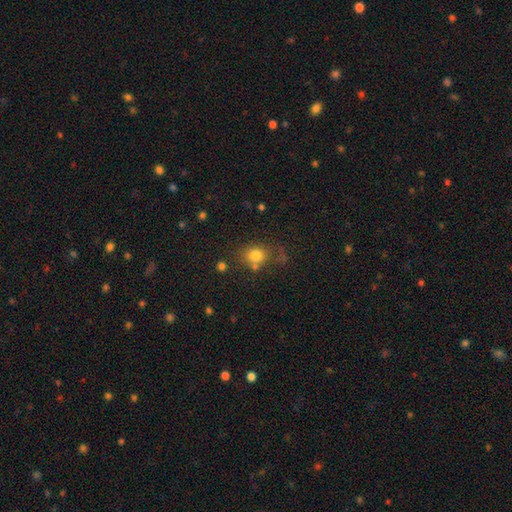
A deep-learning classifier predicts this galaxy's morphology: This is likely a smooth galaxy (79%). How rounded: likely round (65%). Merging: likely none (62%).